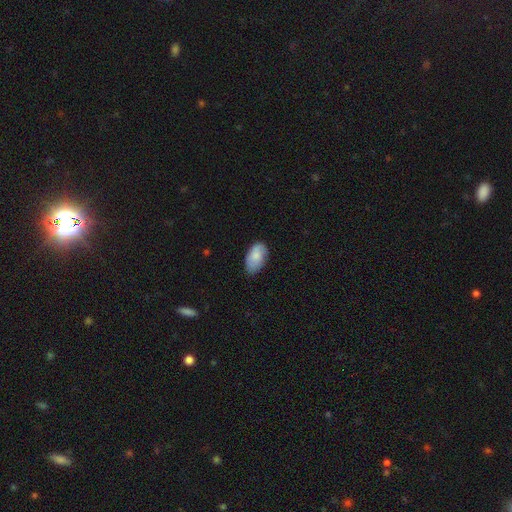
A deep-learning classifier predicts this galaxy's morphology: Smooth or featured: smooth — 81% (featured or disk — 13%)
How rounded: in between — 94% (round — 4%)
Merging: none — 74% (minor disturbance — 22%)